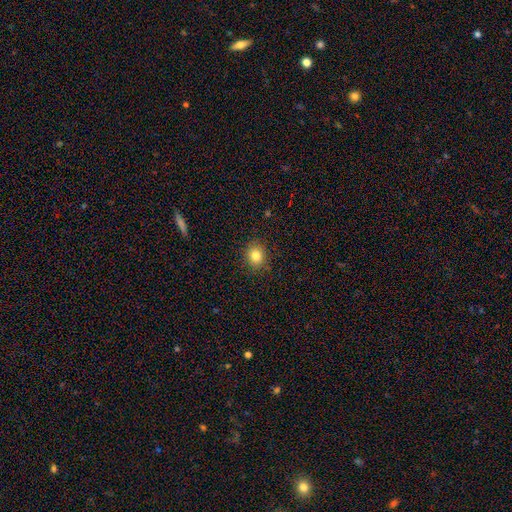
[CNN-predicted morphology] This appears to be a smooth galaxy with no disk features (82%) that is round (75%). Merging: none (89%).